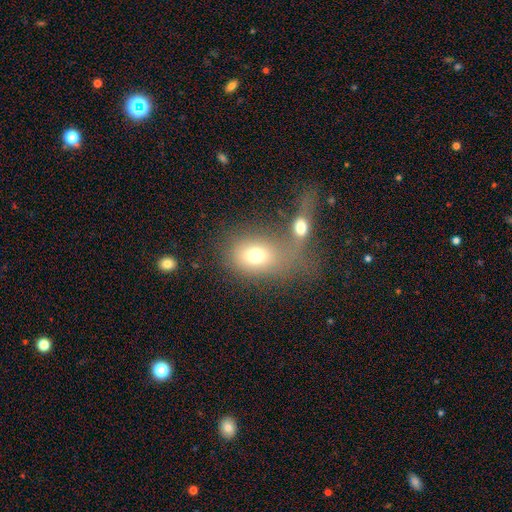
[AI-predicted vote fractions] A smooth galaxy with no disk features (71%) that is in between round and cigar-shaped (69%). Merging: merger (51%).